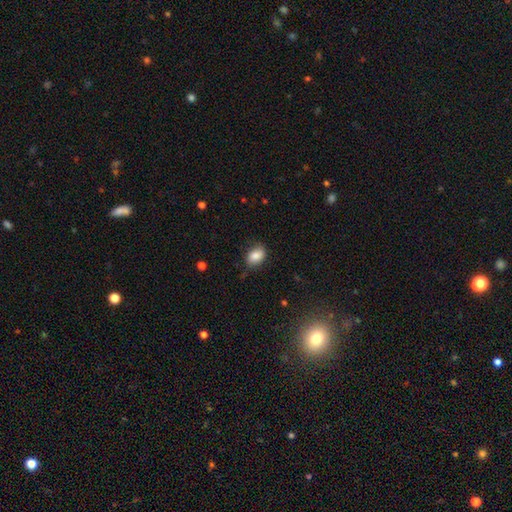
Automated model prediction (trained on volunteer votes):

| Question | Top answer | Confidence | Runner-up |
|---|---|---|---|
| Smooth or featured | smooth | 84% | star or artifact (8%) |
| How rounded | in between | 82% | round (17%) |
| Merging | none | 72% | minor disturbance (22%) |